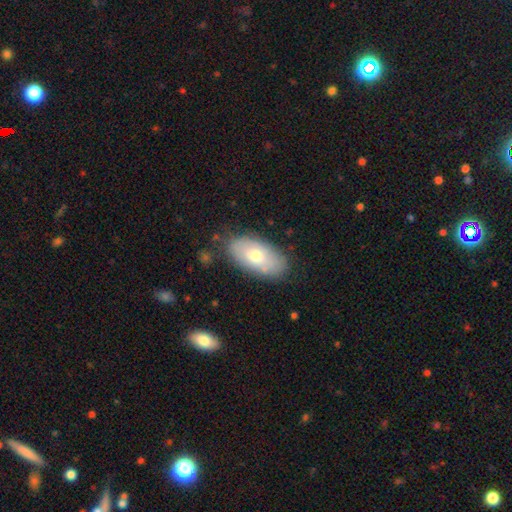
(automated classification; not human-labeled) Smooth or featured: smooth — 67% (featured or disk — 27%)
How rounded: in between — 93% (cigar-shaped — 4%)
Merging: none — 80% (minor disturbance — 14%)